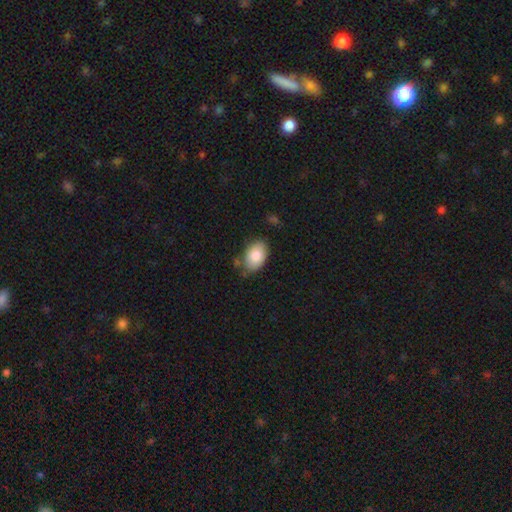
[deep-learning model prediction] Smooth or featured?
  - smooth: 83% *
  - featured or disk: 11%
  - star or artifact: 6%
How rounded?
  - in between: 90% *
  - round: 9%
  - cigar-shaped: 1%
Merging?
  - none: 73% *
  - minor disturbance: 19%
  - major disturbance: 4%
  - merger: 4%